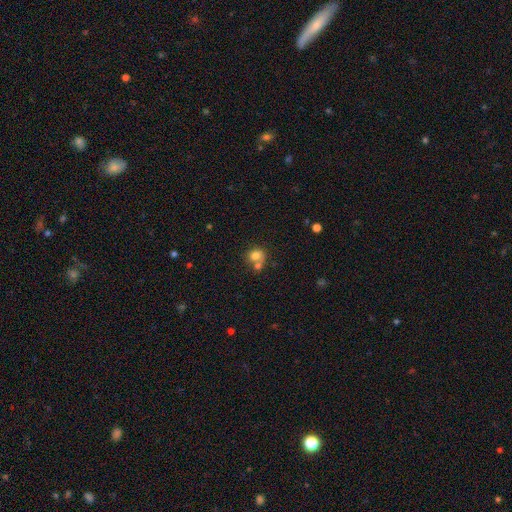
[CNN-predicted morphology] smooth-or-featured: smooth: 75% | featured or disk: 15% | star or artifact: 11%
  how-rounded: round: 68% | in between: 31% | cigar-shaped: 1%
  merging: merger: 49% | none: 35% | minor disturbance: 10% | major disturbance: 5%